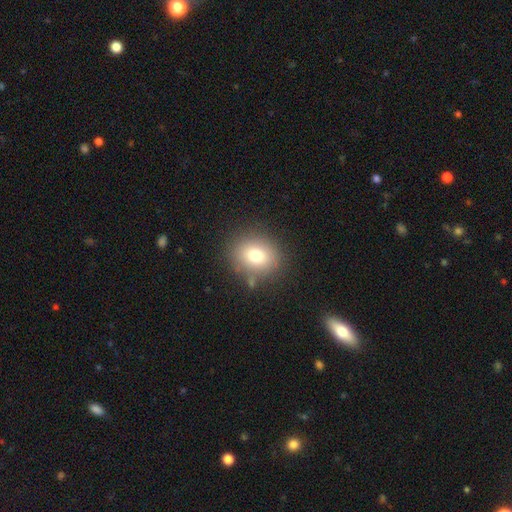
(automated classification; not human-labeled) A smooth galaxy with no disk features (76%) that is round (65%). Merging: none (81%).